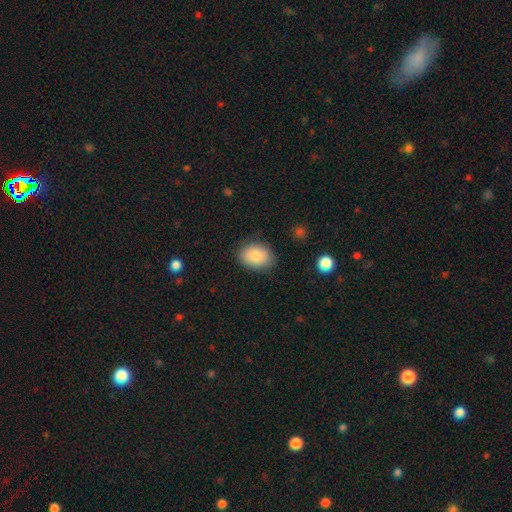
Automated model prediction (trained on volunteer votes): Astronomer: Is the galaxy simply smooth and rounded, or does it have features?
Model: smooth — 85%.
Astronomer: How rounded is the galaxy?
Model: in between — 72%.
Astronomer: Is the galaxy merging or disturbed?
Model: none — 83%.